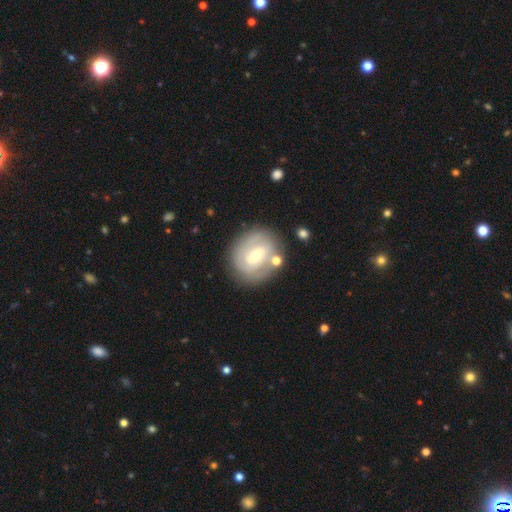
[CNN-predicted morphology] featured or disk 63%, smooth 30%, star or artifact 7%. Down the decision tree: edge-on disk — no (96%); bar — weak (46%); spiral arms — yes (65%); bulge size — moderate (57%); merging — none (76%).